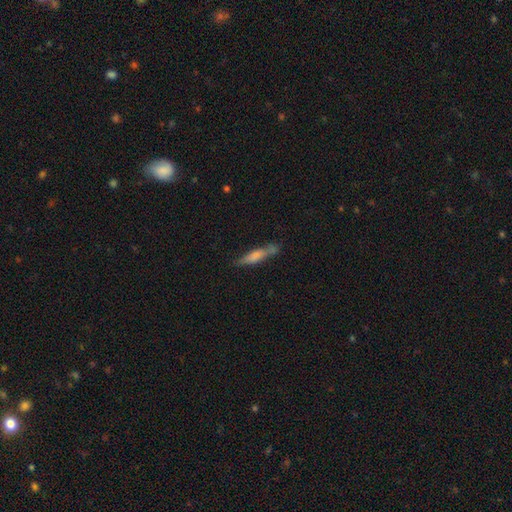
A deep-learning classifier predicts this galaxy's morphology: The model was most divided on "smooth or featured": smooth: 64%, featured or disk: 30%, star or artifact: 7%. More confident: how rounded — cigar-shaped (84%); merging — none (66%).